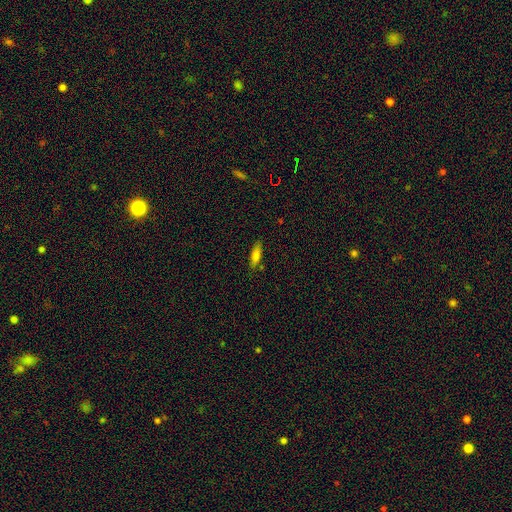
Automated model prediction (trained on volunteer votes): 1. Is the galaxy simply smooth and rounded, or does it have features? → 73% smooth, 18% featured or disk, 9% star or artifact.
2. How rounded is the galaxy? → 50% cigar-shaped, 48% in between, 2% round.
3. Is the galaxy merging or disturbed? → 81% none, 14% minor disturbance, 3% merger, 3% major disturbance.